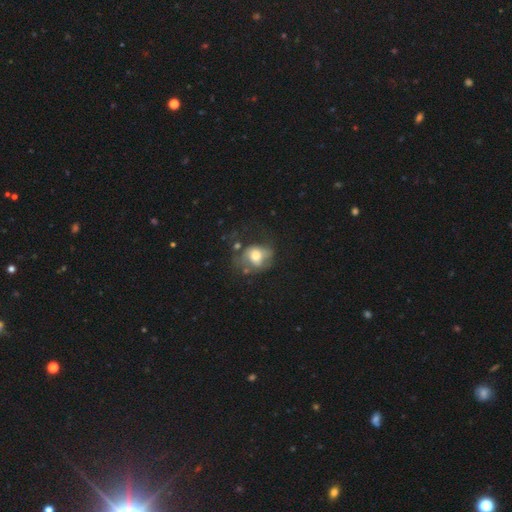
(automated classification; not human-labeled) smooth_or_featured: smooth (p=0.57) [alt: featured or disk p=0.34]
how_rounded: round (p=0.56) [alt: in between p=0.43]
merging: none (p=0.36) [alt: major disturbance p=0.31]